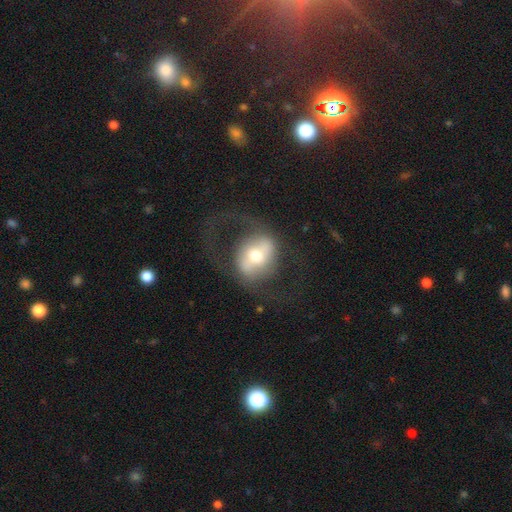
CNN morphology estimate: featured or disk 61%, smooth 32%, star or artifact 7%. Down the decision tree: edge-on disk — no (94%); bar — strong (39%); spiral arms — yes (63%); bulge size — moderate (67%); merging — none (54%).